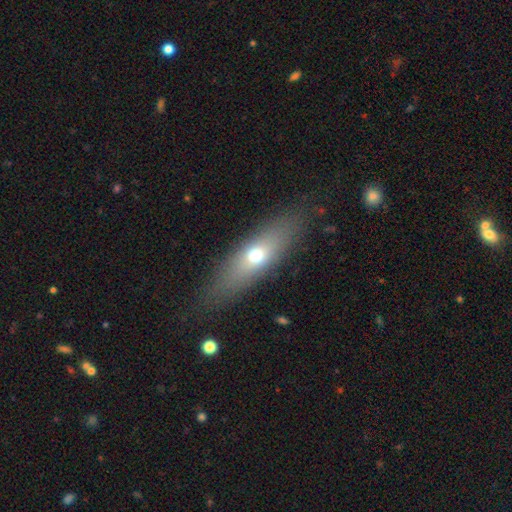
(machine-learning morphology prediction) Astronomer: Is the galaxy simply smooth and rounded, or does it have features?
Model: smooth — 60%.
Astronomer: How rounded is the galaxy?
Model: in between — 51% (runner-up: cigar-shaped, 43%).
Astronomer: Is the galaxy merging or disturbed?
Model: none — 81%.